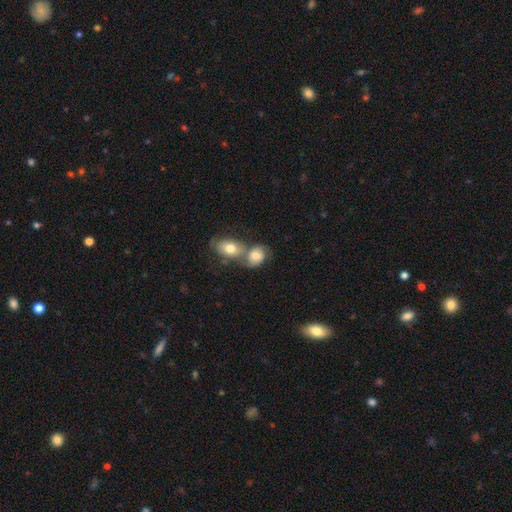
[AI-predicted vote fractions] A smooth galaxy with no disk features (65%) that is in between round and cigar-shaped (64%).

Vote fractions:
- Smooth or featured? smooth: 65% / featured or disk: 26% / star or artifact: 8%
- How rounded? in between: 64% / round: 35% / cigar-shaped: 1%
- Merging? merger: 53% / none: 30% / minor disturbance: 12% / major disturbance: 6%